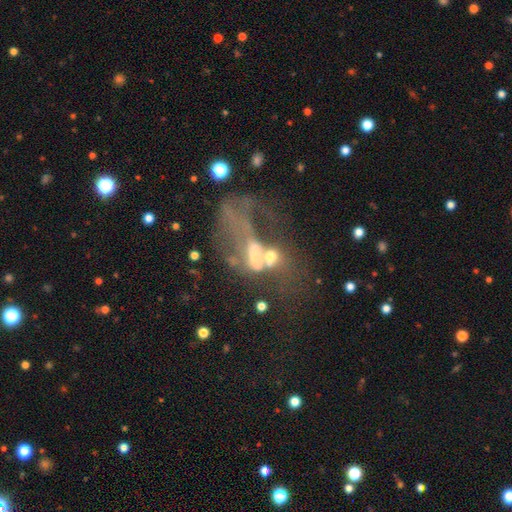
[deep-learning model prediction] A featured or disk galaxy (54%) with no bar (70%), no spiral arms (81%) and a moderate central bulge (37%).

Vote fractions:
- Smooth or featured? featured or disk: 54% / smooth: 27% / star or artifact: 18%
- Edge-on disk? no: 94% / yes: 6%
- Bar? no: 70% / weak: 19% / strong: 11%
- Spiral arms? no: 81% / yes: 19%
- Bulge size? moderate: 37% / small: 24% / none: 22% / large: 12% / dominant: 4%
- Merging? merger: 48% / major disturbance: 36% / none: 10% / minor disturbance: 6%